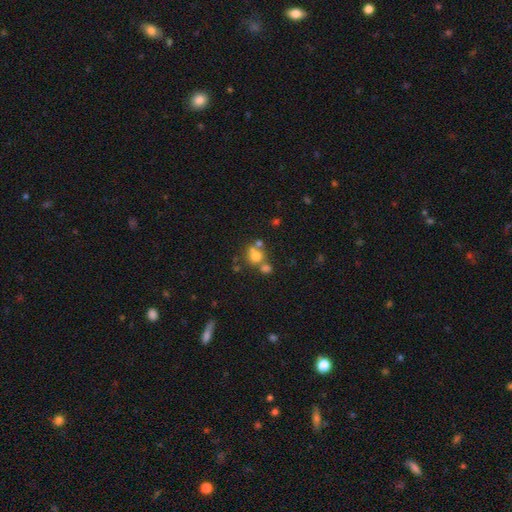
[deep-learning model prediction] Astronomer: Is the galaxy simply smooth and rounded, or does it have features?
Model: smooth — 65%.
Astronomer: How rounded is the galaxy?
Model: round — 83%.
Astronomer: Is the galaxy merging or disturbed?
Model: none — 48% (runner-up: merger, 38%).